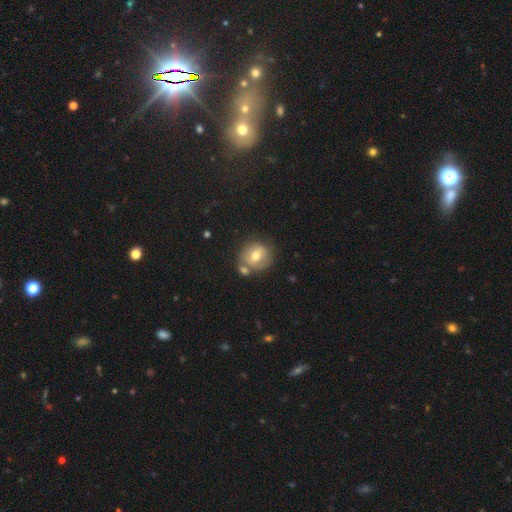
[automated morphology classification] This appears to be a smooth galaxy with no disk features (61%) that is round (81%). Merging: none (61%).